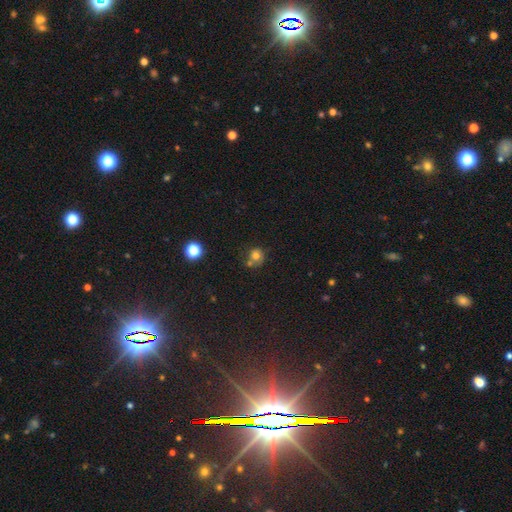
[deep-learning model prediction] Q: Smooth or featured?
A: smooth (72%); runner-up: star or artifact (15%)
Q: How rounded?
A: round (82%); runner-up: in between (17%)
Q: Merging?
A: none (50%); runner-up: merger (29%)